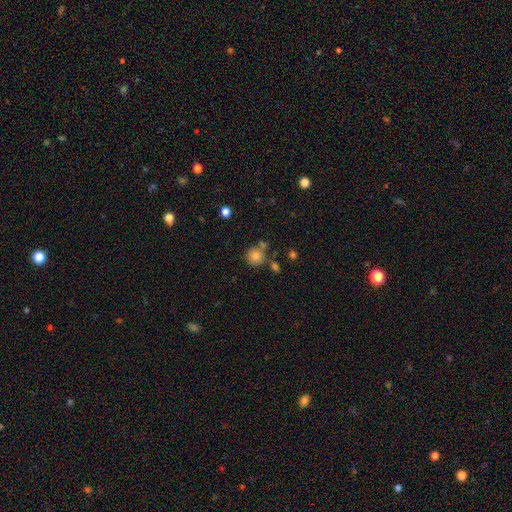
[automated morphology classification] smooth_or_featured: smooth (p=0.80) [alt: star or artifact p=0.12]
how_rounded: round (p=0.90) [alt: in between p=0.09]
merging: none (p=0.67) [alt: merger p=0.17]